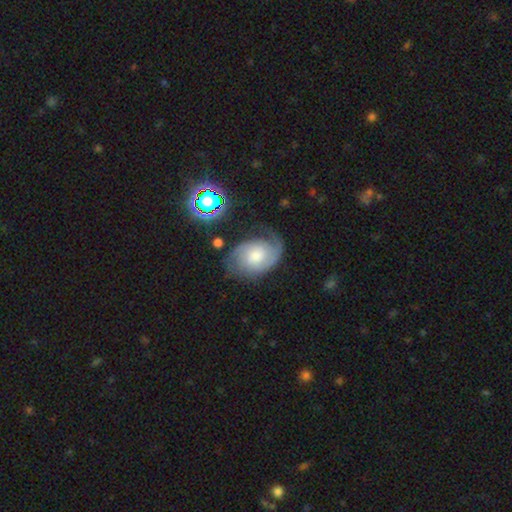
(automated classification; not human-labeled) Morphology: type=featured or disk (72%); edge-on=no (97%); bar=no (69%); spiral arms=yes (94%); winding=tight (42%); arm count=2 (69%); bulge=moderate (54%); merging=none (60%).